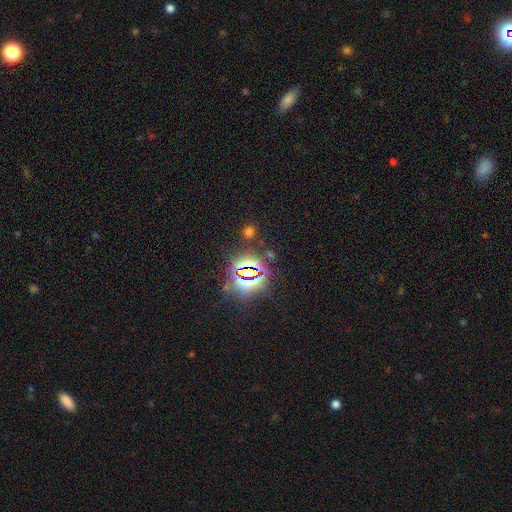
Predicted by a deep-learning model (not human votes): This appears to be a star or artifact, not a galaxy (81%).